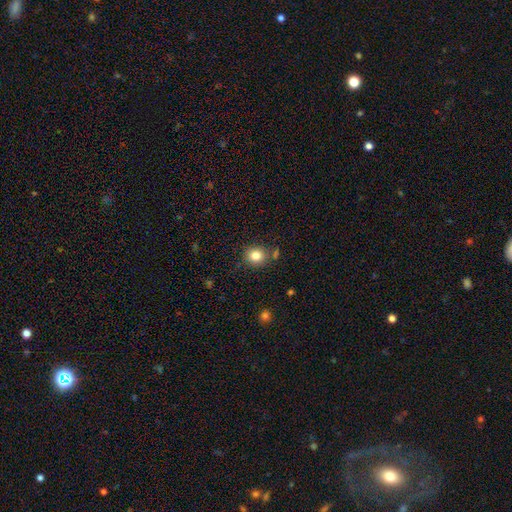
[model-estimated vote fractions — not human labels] Morphology: type=smooth (82%); roundness=round (82%); merging=none (81%).